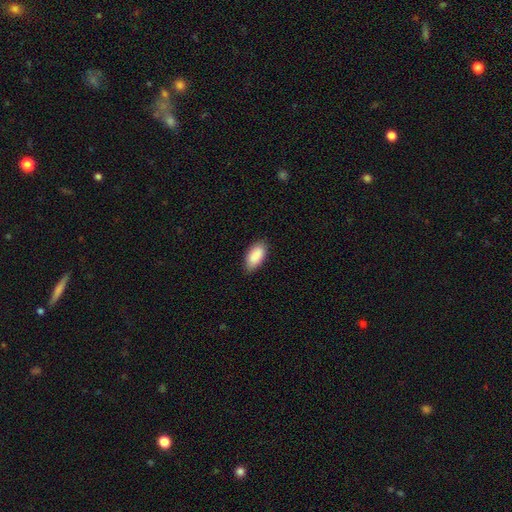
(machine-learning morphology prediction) Smooth or featured?
  - smooth: 90% *
  - star or artifact: 6%
  - featured or disk: 4%
How rounded?
  - in between: 93% *
  - cigar-shaped: 5%
  - round: 2%
Merging?
  - none: 83% *
  - minor disturbance: 13%
  - major disturbance: 2%
  - merger: 1%